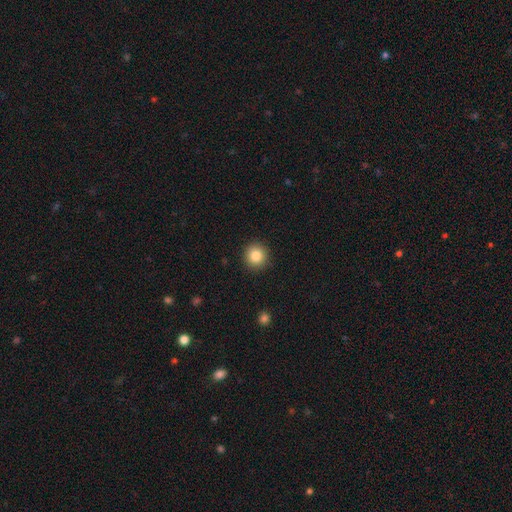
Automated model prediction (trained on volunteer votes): smooth-or-featured: smooth: 85% | star or artifact: 10% | featured or disk: 5%
  how-rounded: round: 93% | in between: 6% | cigar-shaped: 1%
  merging: none: 92% | minor disturbance: 6% | major disturbance: 2% | merger: 1%